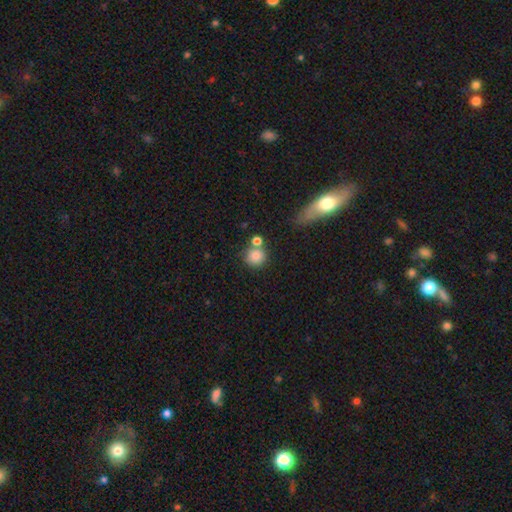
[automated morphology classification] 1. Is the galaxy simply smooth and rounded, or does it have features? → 81% smooth, 11% star or artifact, 8% featured or disk.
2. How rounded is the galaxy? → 90% round, 9% in between, 1% cigar-shaped.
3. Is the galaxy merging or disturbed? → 64% none, 21% merger, 11% minor disturbance, 4% major disturbance.